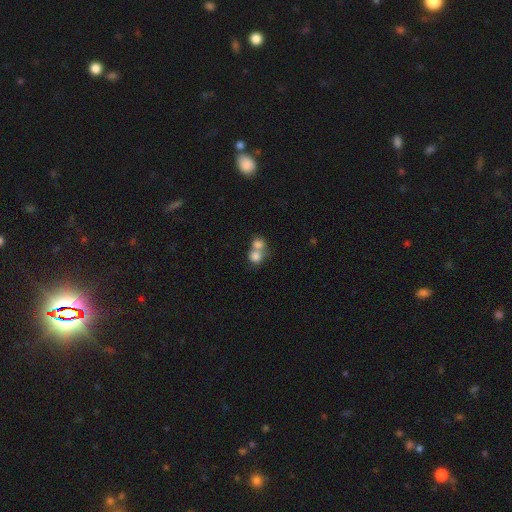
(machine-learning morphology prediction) type=smooth (80%); roundness=round (74%); merging=merger (66%).